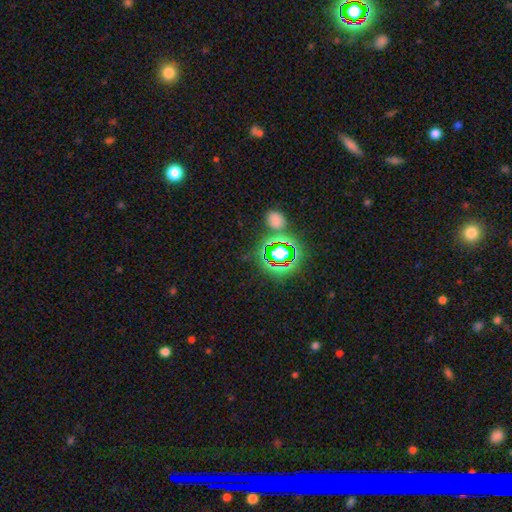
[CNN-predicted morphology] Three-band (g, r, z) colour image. It shows a star or artifact, not a galaxy (76%).